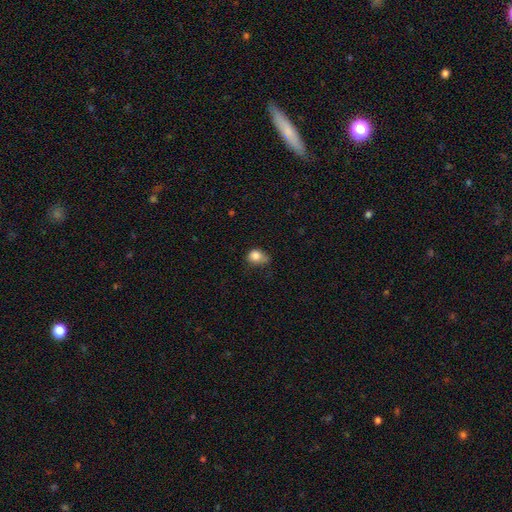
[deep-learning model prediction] Overall: smooth (82%). How rounded: in between (51%; round 48%). Merging: minor disturbance (43%; none 36%).